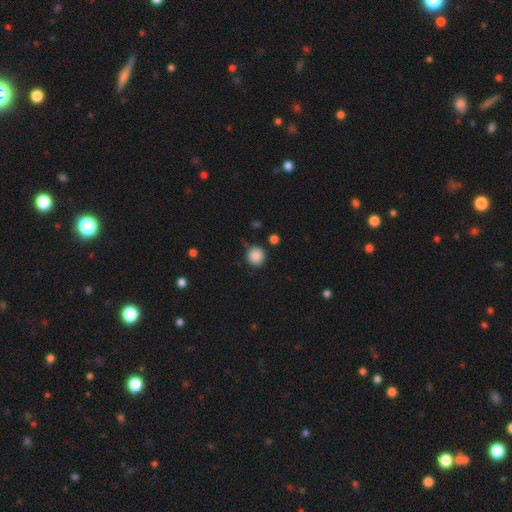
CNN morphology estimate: A smooth galaxy with no disk features (88%) that is round (94%).

Vote fractions:
- Smooth or featured? smooth: 88% / star or artifact: 9% / featured or disk: 3%
- How rounded? round: 94% / in between: 5% / cigar-shaped: 1%
- Merging? none: 85% / minor disturbance: 9% / merger: 3% / major disturbance: 3%